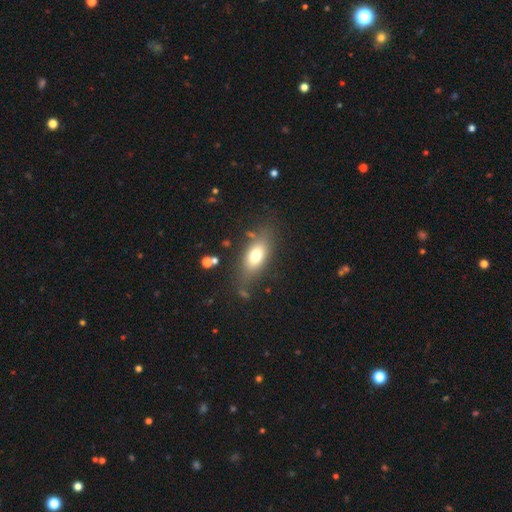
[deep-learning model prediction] Smooth or featured: smooth — 72% (featured or disk — 19%)
How rounded: in between — 82% (cigar-shaped — 11%)
Merging: none — 72% (minor disturbance — 17%)